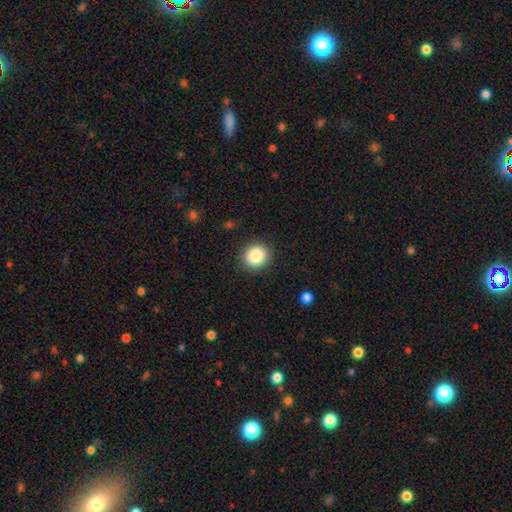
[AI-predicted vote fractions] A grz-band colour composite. It shows a smooth galaxy with no disk features (86%) that is round (86%). Merging: none (89%).